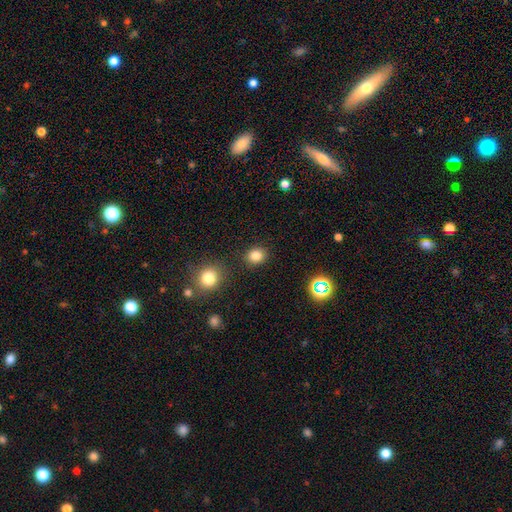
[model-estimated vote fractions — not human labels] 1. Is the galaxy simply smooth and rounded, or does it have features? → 82% smooth, 13% star or artifact, 5% featured or disk.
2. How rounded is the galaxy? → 70% round, 29% in between, 1% cigar-shaped.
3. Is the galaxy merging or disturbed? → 87% none, 8% minor disturbance, 3% merger, 3% major disturbance.